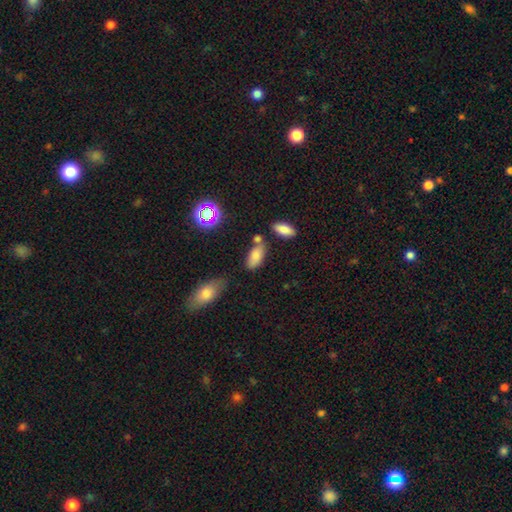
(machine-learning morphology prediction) This appears to be a smooth galaxy with no disk features (79%) that is in between round and cigar-shaped (89%). Merging: none (61%).